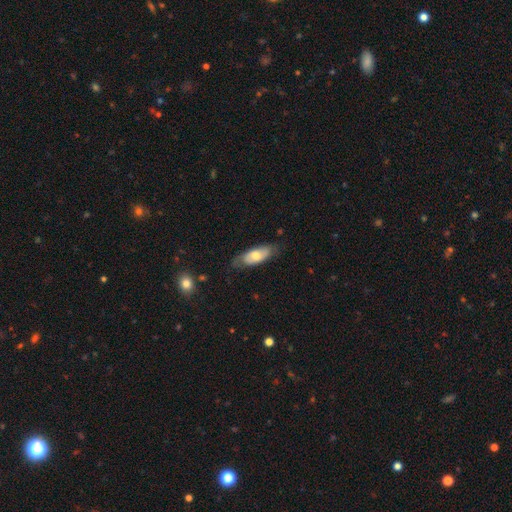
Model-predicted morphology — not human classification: Smooth or featured?
  - smooth: 59% *
  - featured or disk: 35%
  - star or artifact: 6%
How rounded?
  - in between: 78% *
  - cigar-shaped: 19%
  - round: 2%
Merging?
  - none: 72% *
  - minor disturbance: 21%
  - major disturbance: 5%
  - merger: 1%